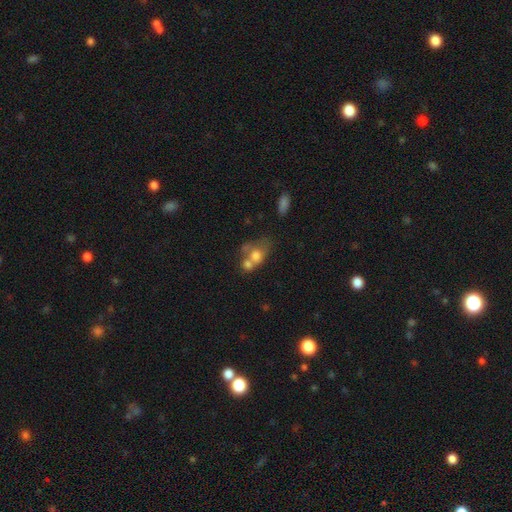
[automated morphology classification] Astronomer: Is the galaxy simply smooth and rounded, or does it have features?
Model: smooth — 67%.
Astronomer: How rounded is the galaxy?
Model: in between — 51% (runner-up: round, 47%).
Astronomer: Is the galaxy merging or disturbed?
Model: merger — 60%.